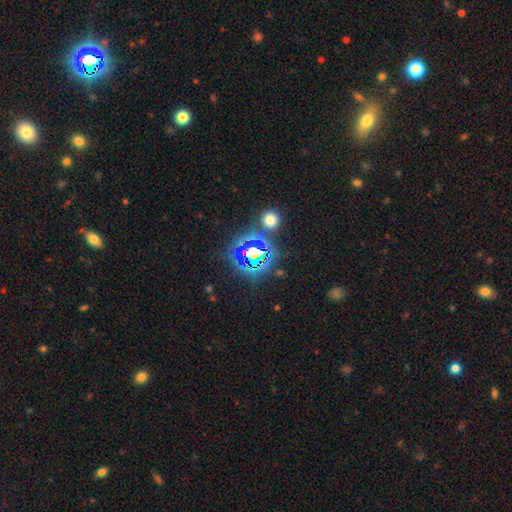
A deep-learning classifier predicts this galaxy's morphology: Smooth or featured? star or artifact (74%)